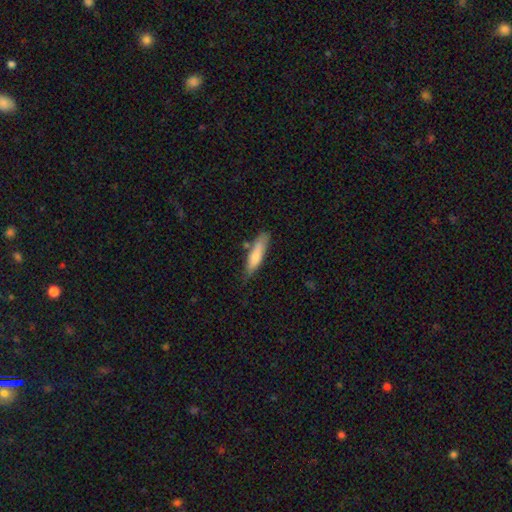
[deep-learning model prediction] smooth_or_featured: smooth (p=0.79) [alt: featured or disk p=0.15]
how_rounded: cigar-shaped (p=0.70) [alt: in between p=0.29]
merging: none (p=0.62) [alt: minor disturbance p=0.25]